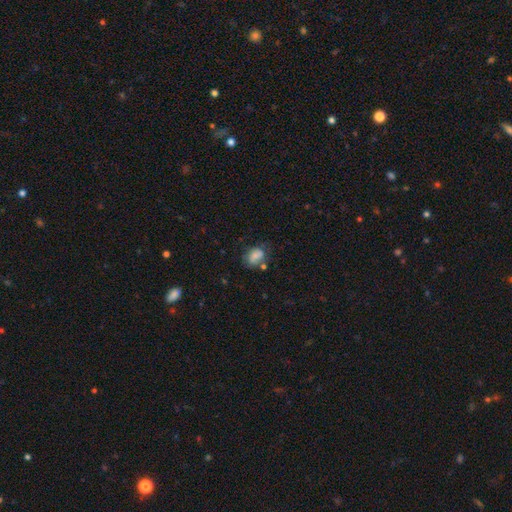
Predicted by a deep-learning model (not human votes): smooth-or-featured: smooth: 74% | featured or disk: 17% | star or artifact: 10%
  how-rounded: in between: 76% | round: 23% | cigar-shaped: 1%
  merging: none: 53% | minor disturbance: 26% | major disturbance: 11% | merger: 10%